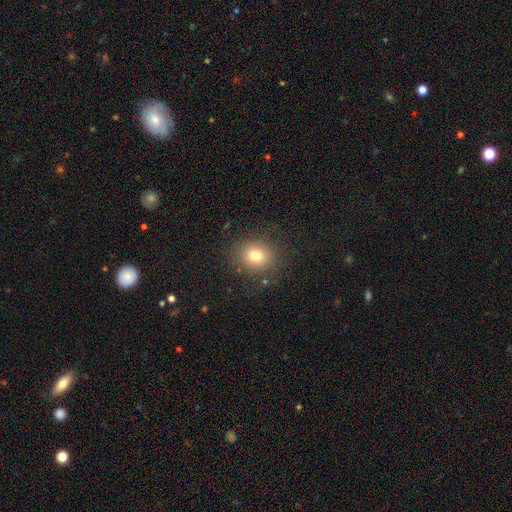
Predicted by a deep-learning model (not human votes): A smooth galaxy with no disk features (79%) that is round (74%). Merging: none (85%).